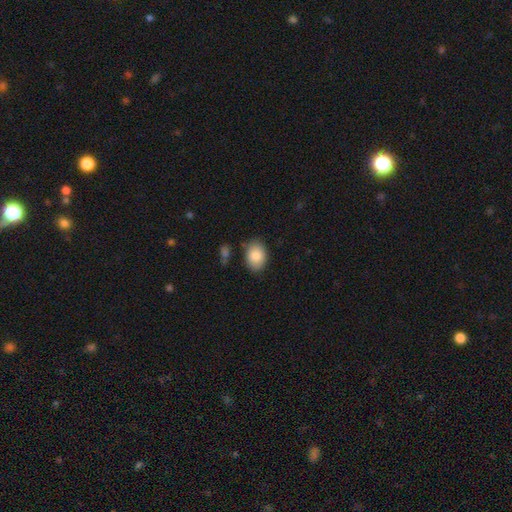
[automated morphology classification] Overall: smooth (85%). How rounded: in between (79%). Merging: none (80%).